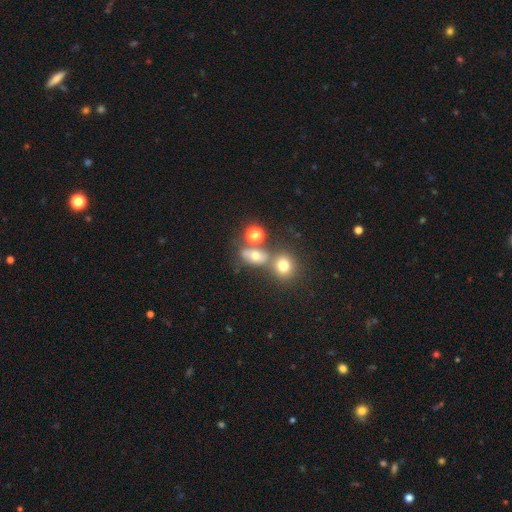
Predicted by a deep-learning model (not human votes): Morphology: type=smooth (59%); roundness=in between (48%, tied with round); merging=none (47%).